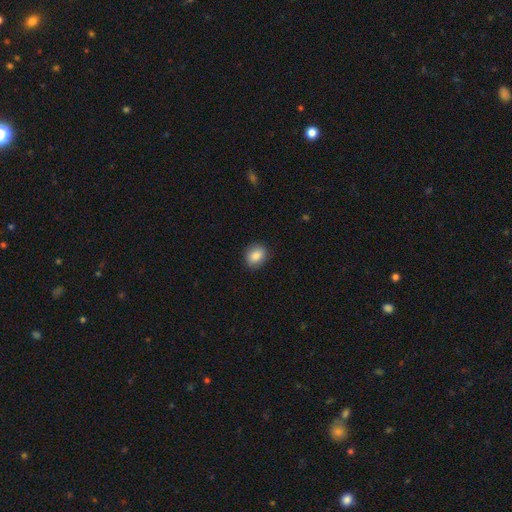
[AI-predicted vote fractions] The model was most divided on "how rounded": round: 53%, in between: 46%, cigar-shaped: 1%. More confident: smooth or featured — smooth (86%); merging — none (86%).